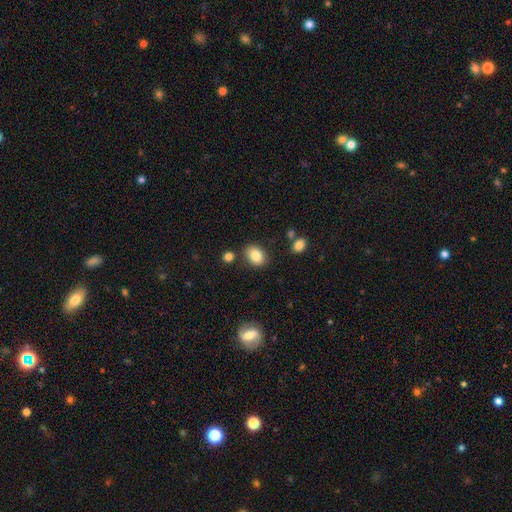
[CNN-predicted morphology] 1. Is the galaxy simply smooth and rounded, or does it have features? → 84% smooth, 9% star or artifact, 7% featured or disk.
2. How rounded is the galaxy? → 65% in between, 34% round, 1% cigar-shaped.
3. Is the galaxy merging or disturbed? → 78% none, 13% minor disturbance, 6% merger, 3% major disturbance.